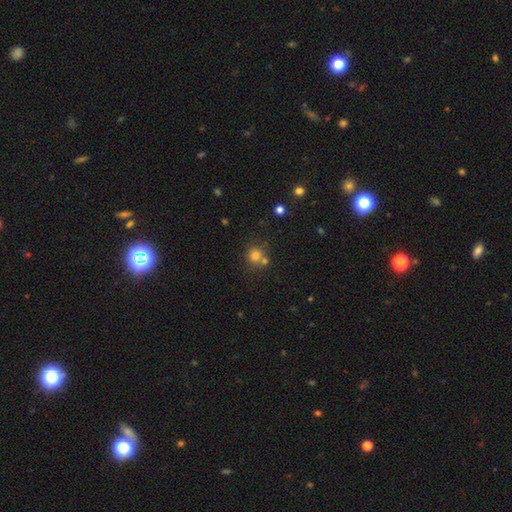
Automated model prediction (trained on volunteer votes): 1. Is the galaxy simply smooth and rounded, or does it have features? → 76% smooth, 16% star or artifact, 8% featured or disk.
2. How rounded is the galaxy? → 88% round, 11% in between, 1% cigar-shaped.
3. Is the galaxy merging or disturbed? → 60% none, 27% merger, 9% minor disturbance, 4% major disturbance.